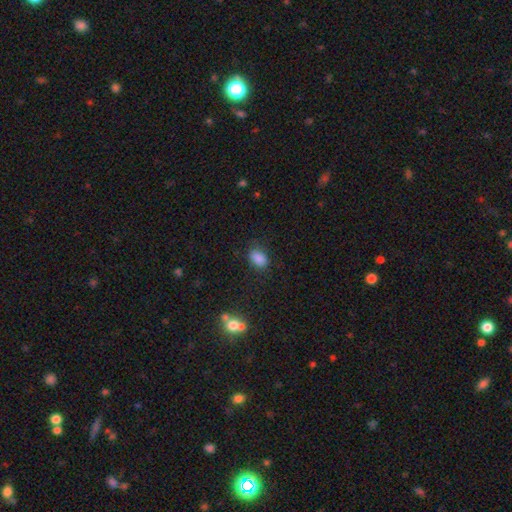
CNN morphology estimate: Smooth or featured? Predicted: smooth (p=0.83). How rounded? Predicted: in between (p=0.83). Merging? Predicted: none (p=0.78).